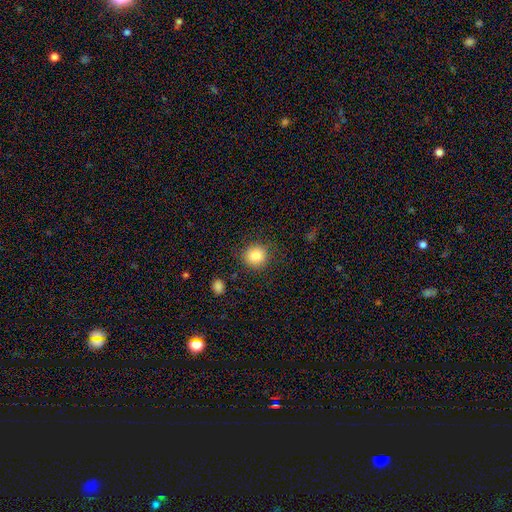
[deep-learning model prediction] Overall: smooth (85%). How rounded: round (89%). Merging: none (85%).